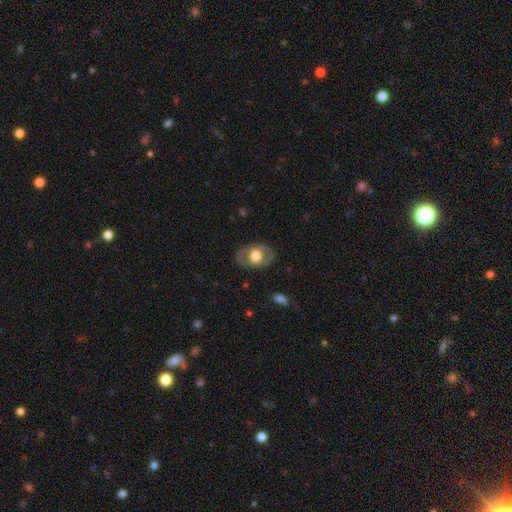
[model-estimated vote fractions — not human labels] Morphology: type=smooth (53%); roundness=in between (77%); merging=none (79%).